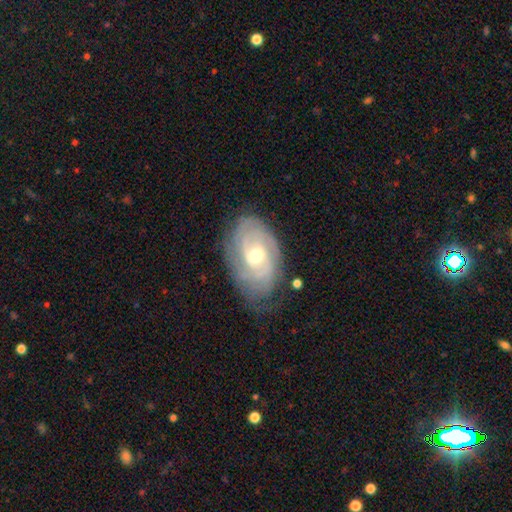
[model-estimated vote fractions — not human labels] smooth_or_featured: featured or disk (p=0.82) [alt: smooth p=0.13]
disk_edge_on: no (p=0.96) [alt: yes p=0.04]
bar: weak (p=0.48) [alt: no p=0.40]
has_spiral_arms: yes (p=0.92) [alt: no p=0.08]
spiral_winding: tight (p=0.66) [alt: medium p=0.27]
spiral_arm_count: can't tell (p=0.39) [alt: 2 p=0.28]
bulge_size: moderate (p=0.58) [alt: small p=0.38]
merging: none (p=0.70) [alt: minor disturbance p=0.21]